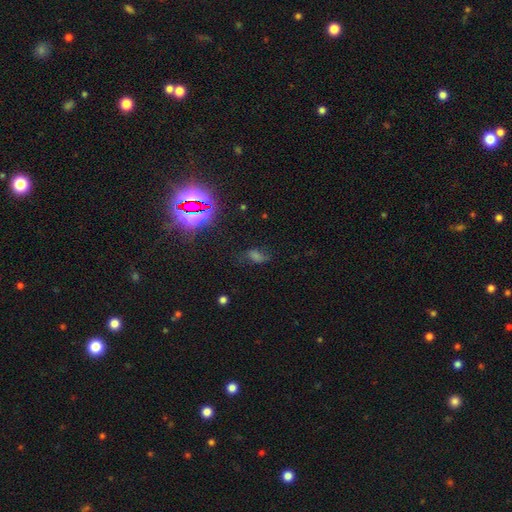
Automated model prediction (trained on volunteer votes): Smooth or featured: star or artifact — 43% (smooth — 32%)